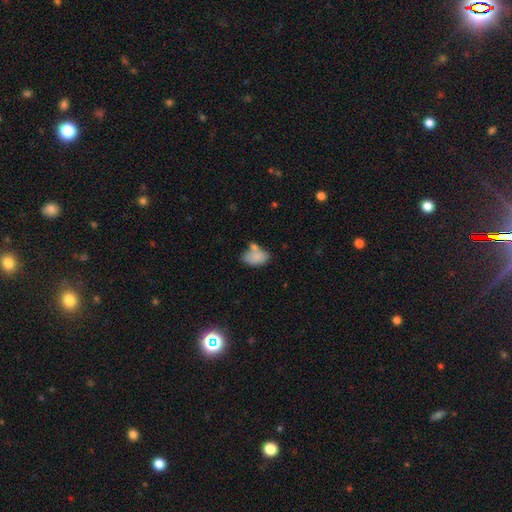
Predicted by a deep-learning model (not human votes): Smooth or featured: smooth — 78% (featured or disk — 13%)
How rounded: in between — 88% (round — 10%)
Merging: none — 40% (merger — 30%)